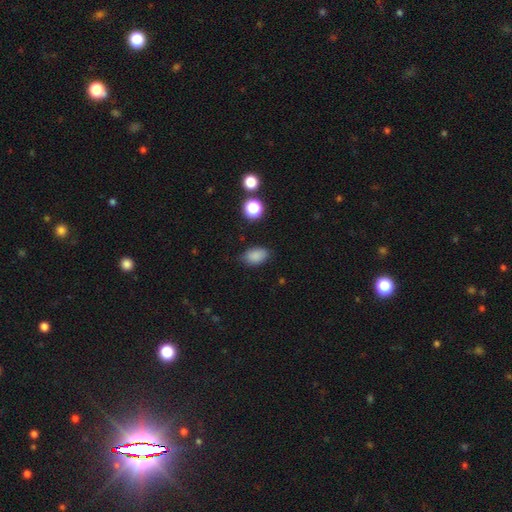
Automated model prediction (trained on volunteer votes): Smooth or featured? smooth (85%)
How rounded? in between (86%)
Merging? none (79%)